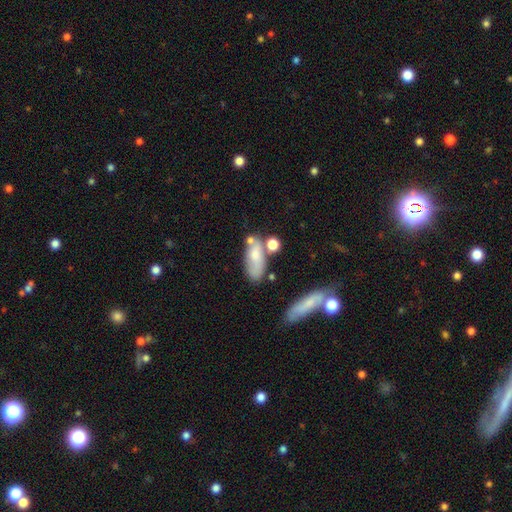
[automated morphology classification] smooth-or-featured: smooth: 66% | featured or disk: 26% | star or artifact: 9%
  how-rounded: in between: 79% | cigar-shaped: 17% | round: 5%
  merging: none: 45% | minor disturbance: 23% | merger: 21% | major disturbance: 12%